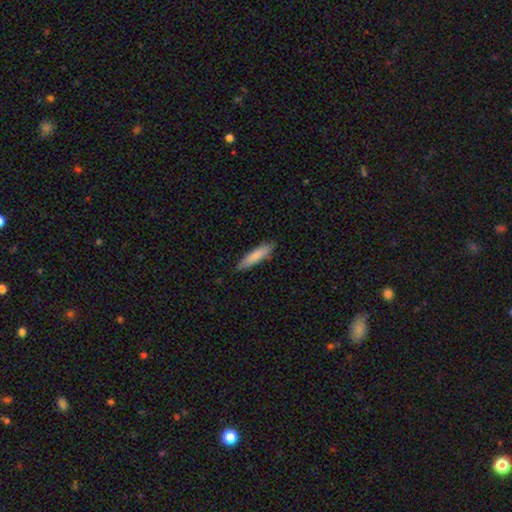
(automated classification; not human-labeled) This appears to be a smooth galaxy with no disk features (81%) that is cigar-shaped (82%). Merging: none (86%).